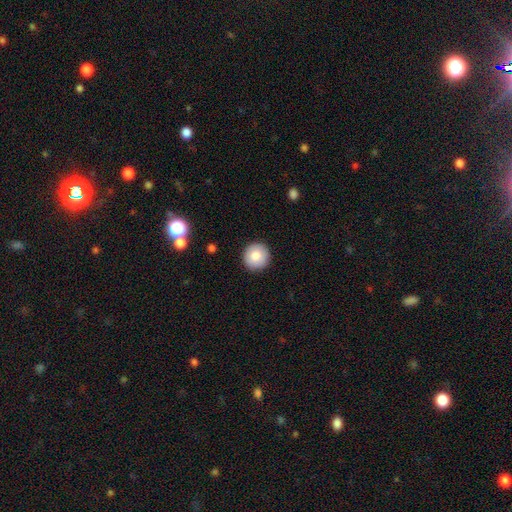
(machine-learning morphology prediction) The model was most divided on "smooth or featured": smooth: 80%, featured or disk: 11%, star or artifact: 8%. More confident: how rounded — round (95%); merging — none (91%).